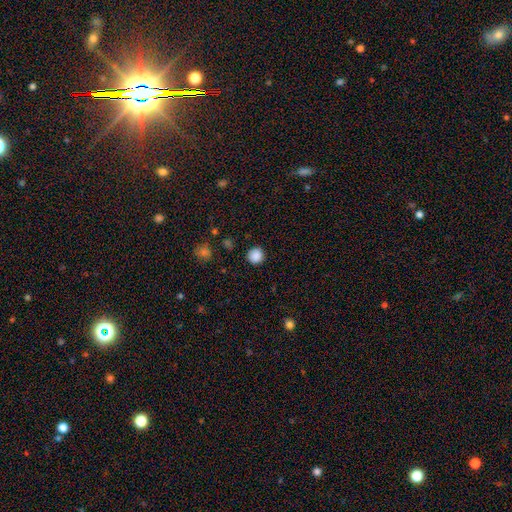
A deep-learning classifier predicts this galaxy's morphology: This appears to be a smooth galaxy with no disk features (87%) that is round (93%). Merging: none (91%).